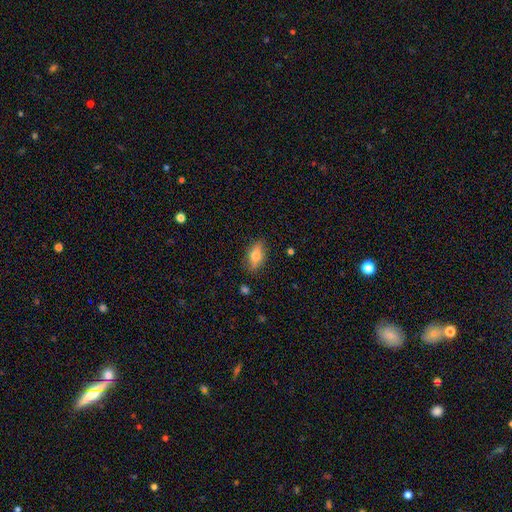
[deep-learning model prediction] Overall: smooth (67%). How rounded: in between (81%). Merging: none (82%).